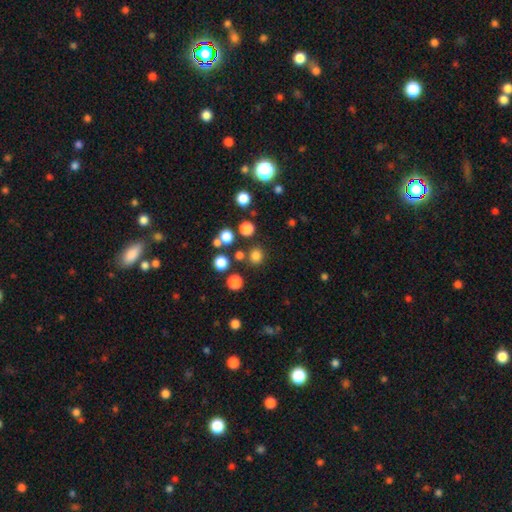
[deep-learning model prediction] A smooth galaxy with no disk features (78%) that is round (88%).

Vote fractions:
- Smooth or featured? smooth: 78% / star or artifact: 17% / featured or disk: 5%
- How rounded? round: 88% / in between: 11% / cigar-shaped: 1%
- Merging? none: 82% / minor disturbance: 7% / merger: 7% / major disturbance: 3%